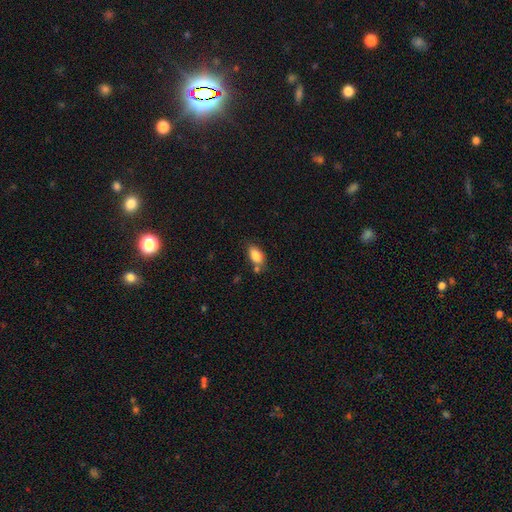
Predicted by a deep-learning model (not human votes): smooth 85%, star or artifact 8%, featured or disk 7%. Down the decision tree: how rounded — in between (91%); merging — none (65%).